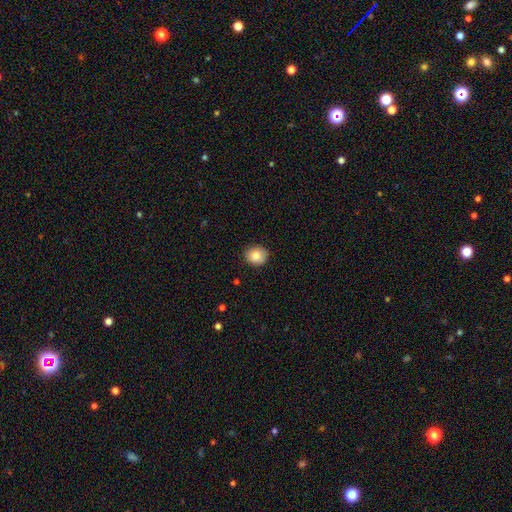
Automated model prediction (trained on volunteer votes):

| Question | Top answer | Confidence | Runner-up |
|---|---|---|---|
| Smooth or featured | smooth | 84% | star or artifact (9%) |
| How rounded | round | 79% | in between (20%) |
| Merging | none | 88% | minor disturbance (9%) |